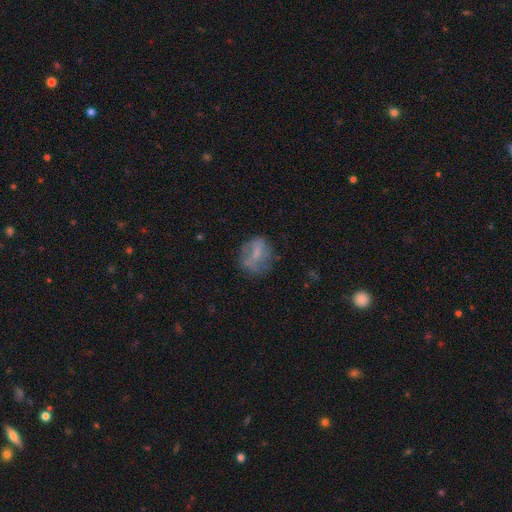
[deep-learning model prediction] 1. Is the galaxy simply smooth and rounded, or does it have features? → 53% smooth, 36% featured or disk, 11% star or artifact.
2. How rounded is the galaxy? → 58% round, 40% in between, 2% cigar-shaped.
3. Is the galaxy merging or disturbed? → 56% none, 24% minor disturbance, 17% major disturbance, 3% merger.